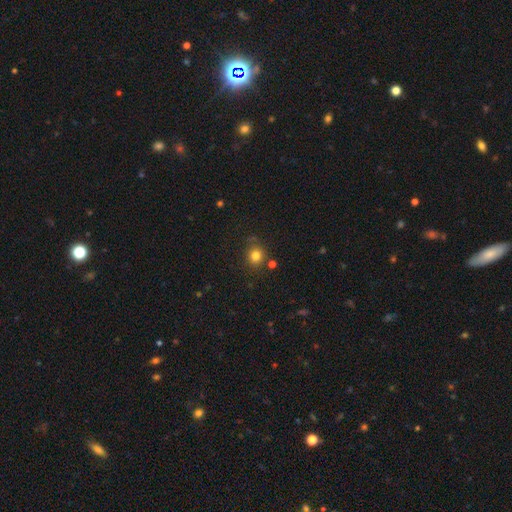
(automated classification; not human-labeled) smooth_or_featured: smooth (p=0.80) [alt: star or artifact p=0.13]
how_rounded: round (p=0.79) [alt: in between p=0.20]
merging: none (p=0.78) [alt: minor disturbance p=0.13]